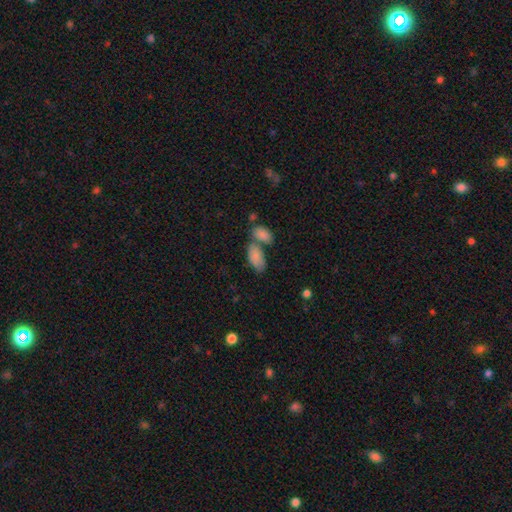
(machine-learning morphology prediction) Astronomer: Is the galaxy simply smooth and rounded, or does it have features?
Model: smooth — 83%.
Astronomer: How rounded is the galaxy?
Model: in between — 93%.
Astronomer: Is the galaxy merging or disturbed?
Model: none — 43% (runner-up: merger, 37%).